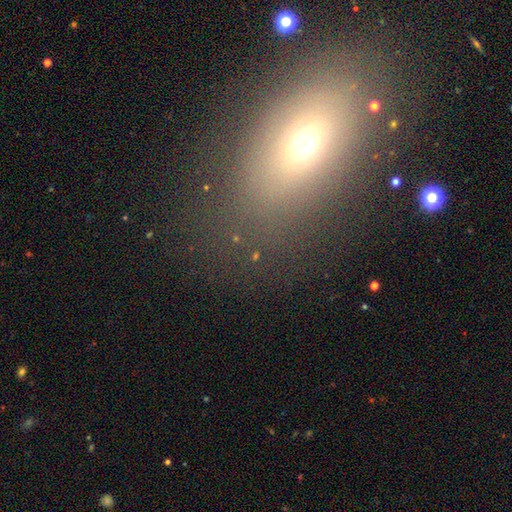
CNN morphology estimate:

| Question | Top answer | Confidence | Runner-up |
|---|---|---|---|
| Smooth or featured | star or artifact | 52% | smooth (33%) |